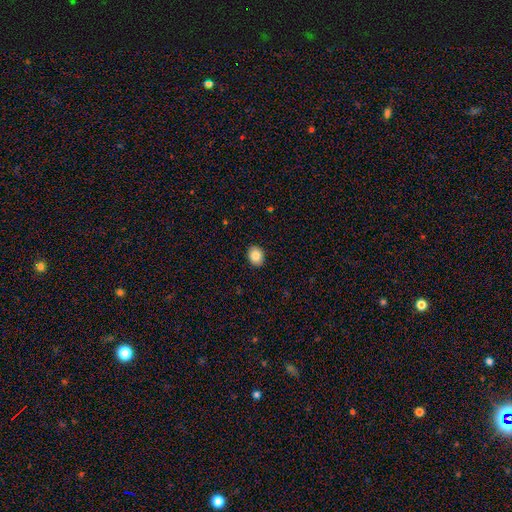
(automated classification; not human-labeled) This is clearly a smooth galaxy (86%). How rounded: possibly in between (57%). Merging: clearly none (90%).